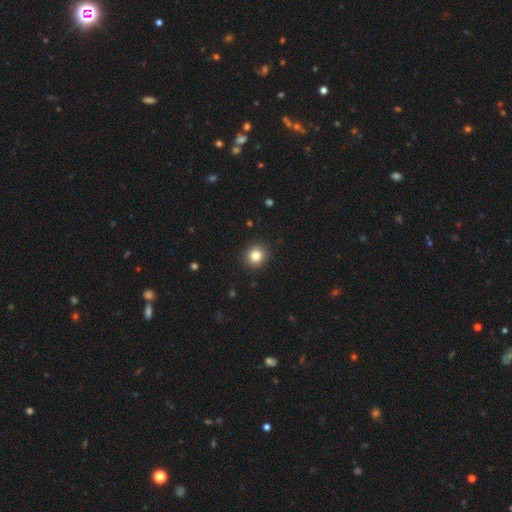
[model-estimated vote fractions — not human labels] This is clearly a smooth galaxy (83%). How rounded: clearly round (87%). Merging: clearly none (91%).